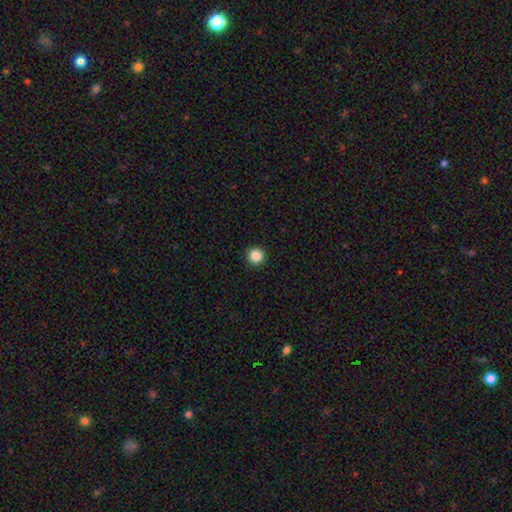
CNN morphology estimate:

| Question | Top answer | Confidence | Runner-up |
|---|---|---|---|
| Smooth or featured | smooth | 86% | star or artifact (11%) |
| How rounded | round | 96% | in between (3%) |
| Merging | none | 94% | minor disturbance (4%) |